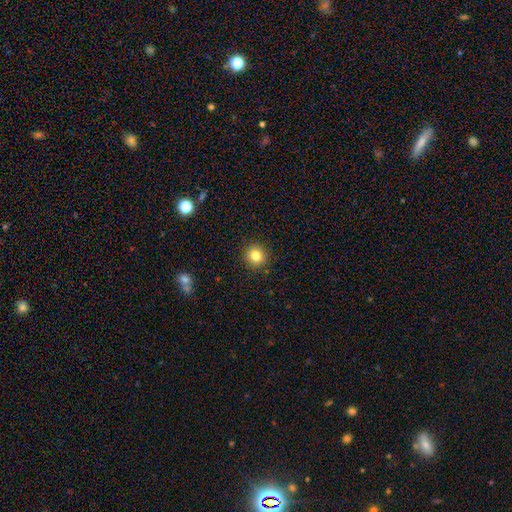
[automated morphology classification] Smooth or featured: smooth — 81% (star or artifact — 12%)
How rounded: round — 92% (in between — 7%)
Merging: none — 92% (minor disturbance — 5%)